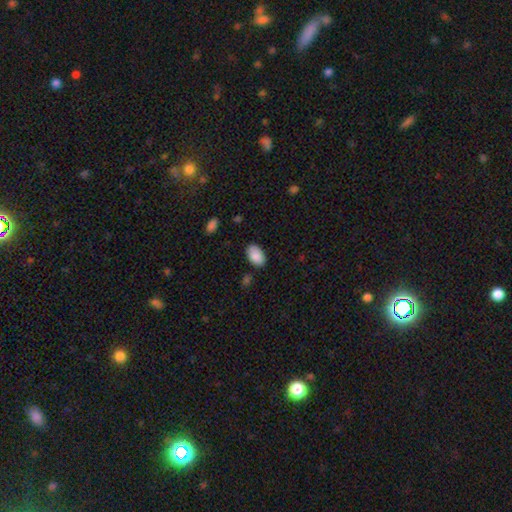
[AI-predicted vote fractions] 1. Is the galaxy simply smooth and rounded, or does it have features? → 88% smooth, 7% star or artifact, 6% featured or disk.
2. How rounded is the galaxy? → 93% in between, 6% round, 1% cigar-shaped.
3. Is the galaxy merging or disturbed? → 82% none, 14% minor disturbance, 3% major disturbance, 2% merger.